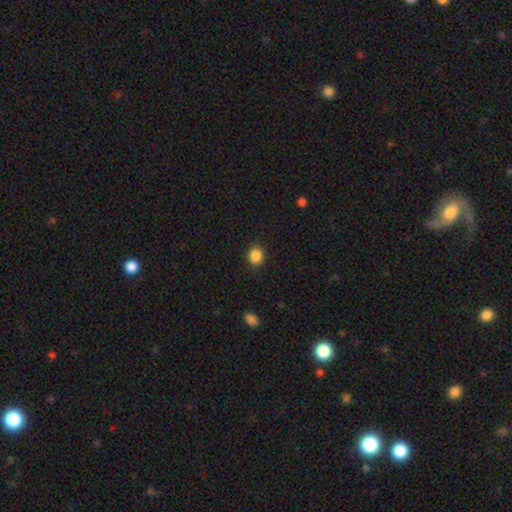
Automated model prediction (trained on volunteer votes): smooth-or-featured: smooth: 87% | star or artifact: 10% | featured or disk: 3%
  how-rounded: round: 74% | in between: 26% | cigar-shaped: 1%
  merging: none: 89% | minor disturbance: 7% | major disturbance: 2% | merger: 1%